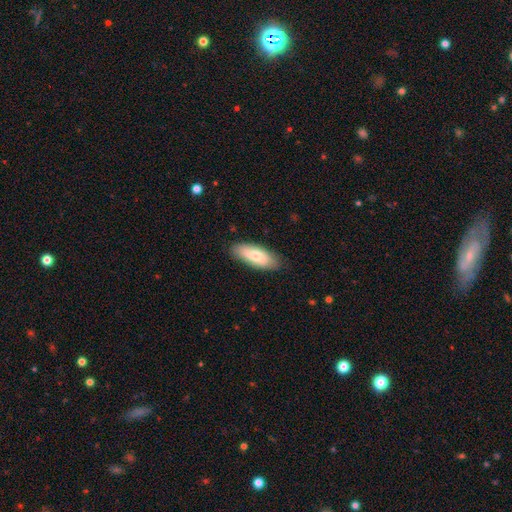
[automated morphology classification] Smooth or featured?
  - smooth: 73% *
  - featured or disk: 22%
  - star or artifact: 5%
How rounded?
  - in between: 76% *
  - cigar-shaped: 22%
  - round: 2%
Merging?
  - none: 84% *
  - minor disturbance: 12%
  - major disturbance: 2%
  - merger: 1%